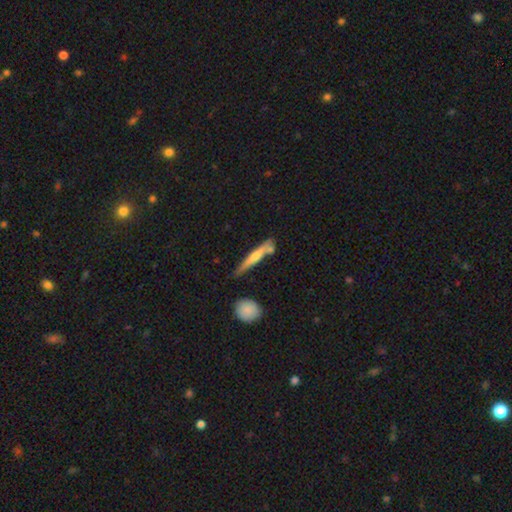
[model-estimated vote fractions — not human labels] smooth_or_featured: featured or disk (p=0.48) [alt: smooth p=0.46]
merging: none (p=0.70) [alt: minor disturbance p=0.16]